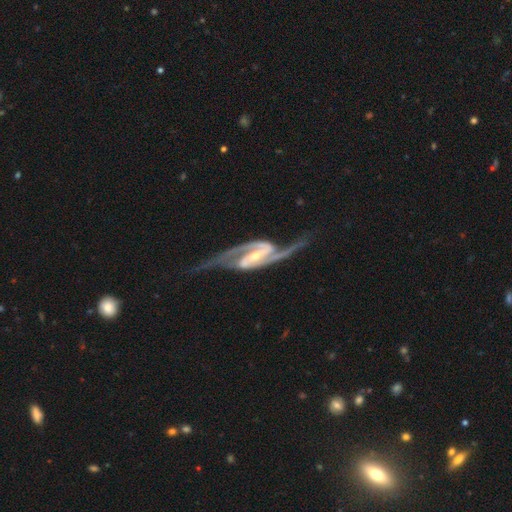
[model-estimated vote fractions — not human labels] Smooth or featured: featured or disk — 94% (star or artifact — 4%)
Edge-on disk: no — 96% (yes — 4%)
Bar: strong — 63% (weak — 28%)
Spiral arms: yes — 98% (no — 2%)
Spiral winding: medium — 55% (loose — 27%)
Spiral arm count: 2 — 94% (can't tell — 1%)
Bulge size: small — 52% (moderate — 42%)
Merging: none — 69% (minor disturbance — 17%)